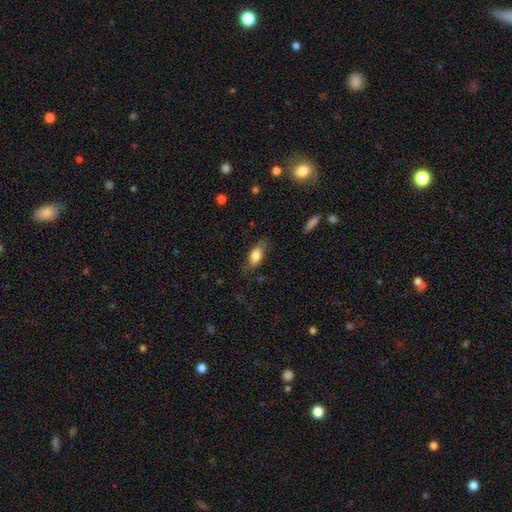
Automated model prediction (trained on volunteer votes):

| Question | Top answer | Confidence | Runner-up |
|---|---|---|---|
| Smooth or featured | smooth | 78% | featured or disk (15%) |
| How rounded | in between | 84% | cigar-shaped (12%) |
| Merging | none | 72% | minor disturbance (21%) |